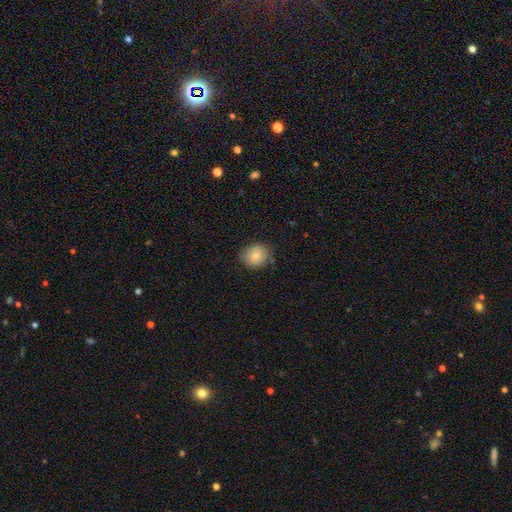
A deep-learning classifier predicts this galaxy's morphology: Smooth or featured? smooth (79%)
How rounded? round (75%)
Merging? none (82%)